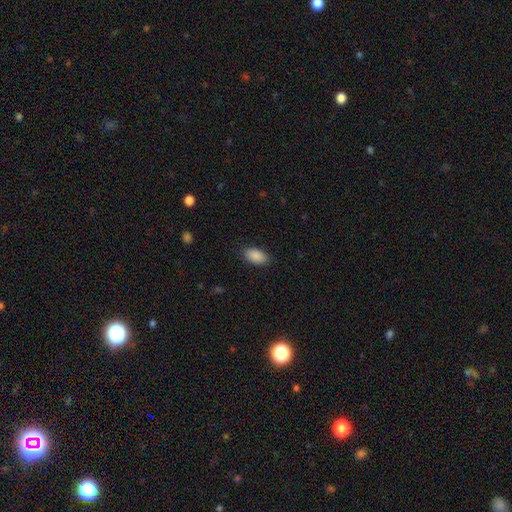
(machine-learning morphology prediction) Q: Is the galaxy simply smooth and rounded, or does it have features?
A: smooth — 89%.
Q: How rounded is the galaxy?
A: in between — 94%.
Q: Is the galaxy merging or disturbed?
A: none — 87%.